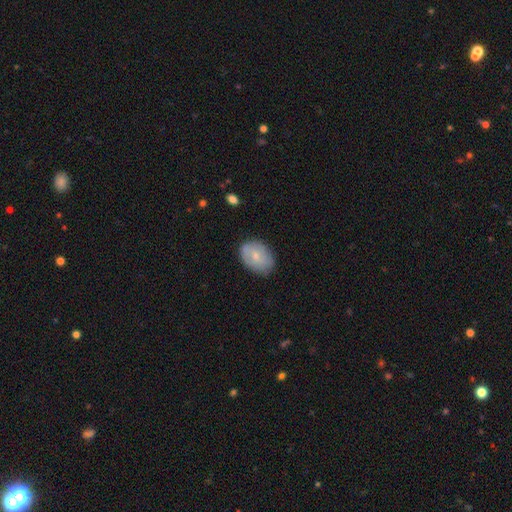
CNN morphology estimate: The model was most divided on "smooth or featured": smooth: 64%, featured or disk: 29%, star or artifact: 7%. More confident: how rounded — in between (76%); merging — none (75%).